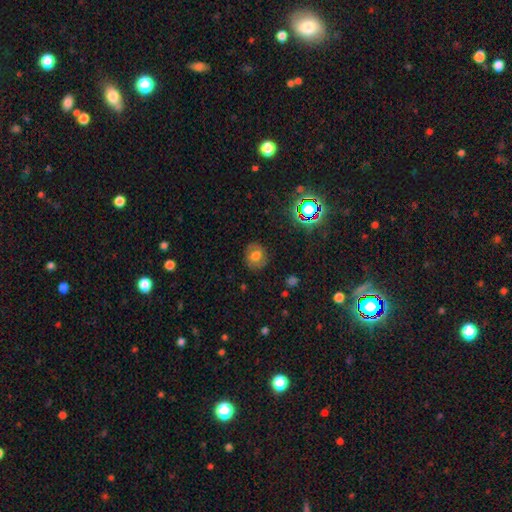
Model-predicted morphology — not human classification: Overall: smooth (59%; featured or disk 26%). How rounded: round (75%). Merging: none (82%).